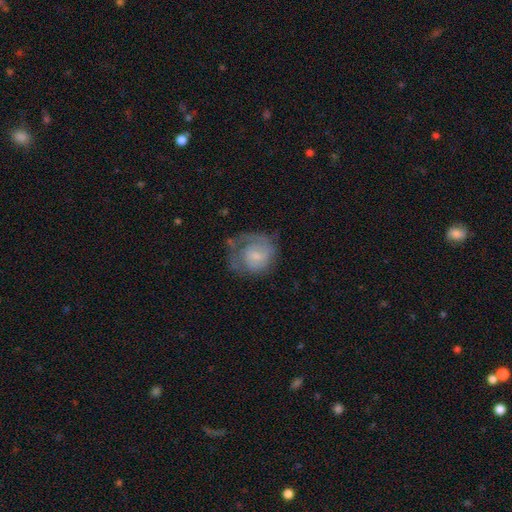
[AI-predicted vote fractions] smooth_or_featured: featured or disk (p=0.59) [alt: smooth p=0.34]
disk_edge_on: no (p=0.97) [alt: yes p=0.03]
bar: no (p=0.52) [alt: weak p=0.42]
has_spiral_arms: yes (p=0.82) [alt: no p=0.18]
bulge_size: small (p=0.58) [alt: moderate p=0.29]
merging: none (p=0.46) [alt: major disturbance p=0.26]